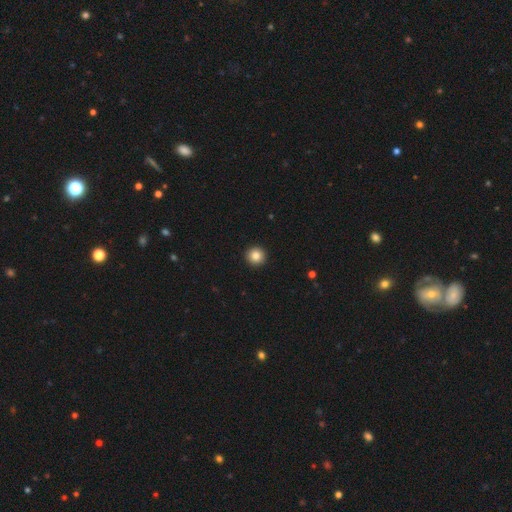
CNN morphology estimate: Smooth or featured?
  - smooth: 85% *
  - star or artifact: 10%
  - featured or disk: 6%
How rounded?
  - round: 95% *
  - in between: 4%
  - cigar-shaped: 1%
Merging?
  - none: 94% *
  - minor disturbance: 4%
  - major disturbance: 1%
  - merger: 1%